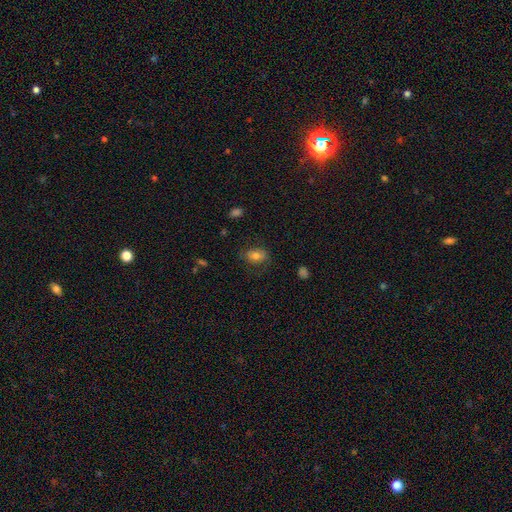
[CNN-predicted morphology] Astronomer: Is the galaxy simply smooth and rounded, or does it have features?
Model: smooth — 74%.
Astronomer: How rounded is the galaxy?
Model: in between — 81%.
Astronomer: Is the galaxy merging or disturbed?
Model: none — 74%.